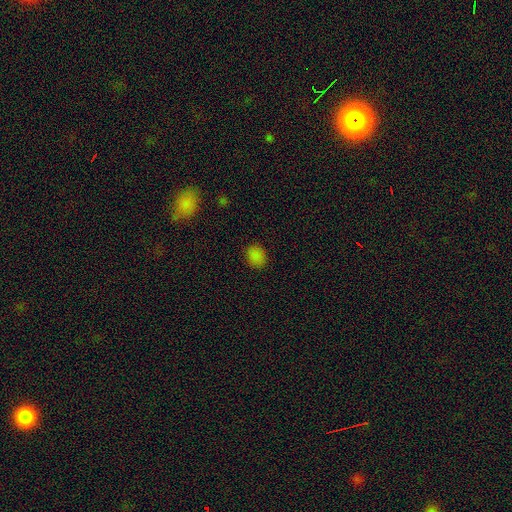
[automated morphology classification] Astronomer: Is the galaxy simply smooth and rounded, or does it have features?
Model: smooth — 83%.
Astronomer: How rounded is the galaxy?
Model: round — 62% (runner-up: in between, 37%).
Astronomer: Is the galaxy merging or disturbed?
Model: none — 88%.